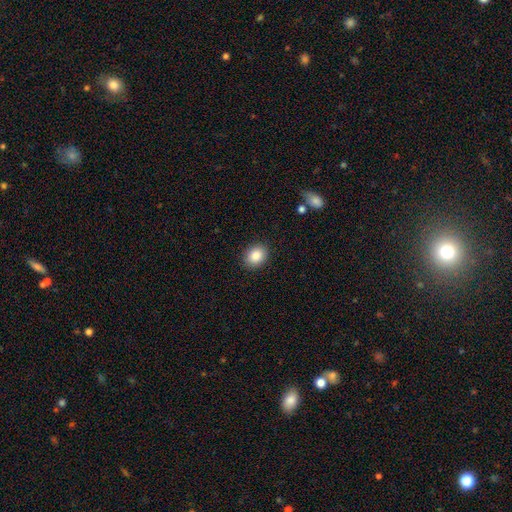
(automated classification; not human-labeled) smooth_or_featured: smooth (p=0.87) [alt: star or artifact p=0.08]
how_rounded: in between (p=0.56) [alt: round p=0.43]
merging: none (p=0.89) [alt: minor disturbance p=0.08]